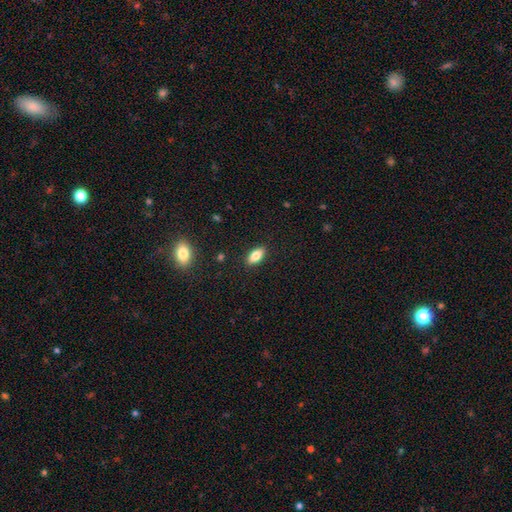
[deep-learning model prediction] This appears to be a smooth galaxy with no disk features (79%) that is in between round and cigar-shaped (85%). Merging: none (88%).